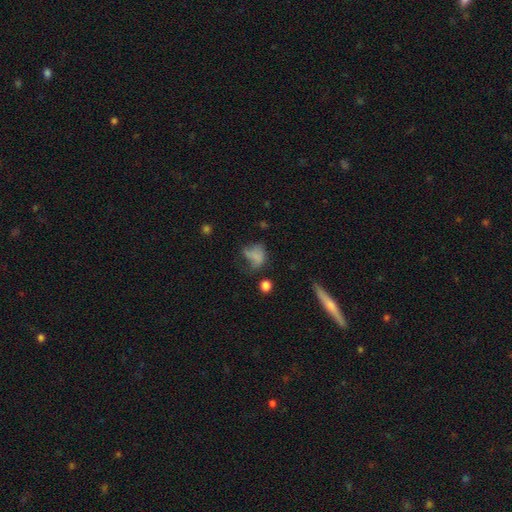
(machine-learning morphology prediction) smooth_or_featured: smooth (p=0.63) [alt: featured or disk p=0.22]
how_rounded: in between (p=0.66) [alt: round p=0.32]
merging: major disturbance (p=0.38) [alt: none p=0.29]